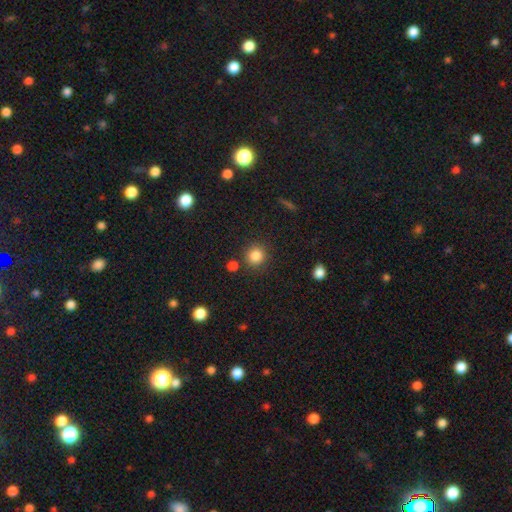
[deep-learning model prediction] This is clearly a smooth galaxy (84%). How rounded: clearly round (91%). Merging: clearly none (84%).